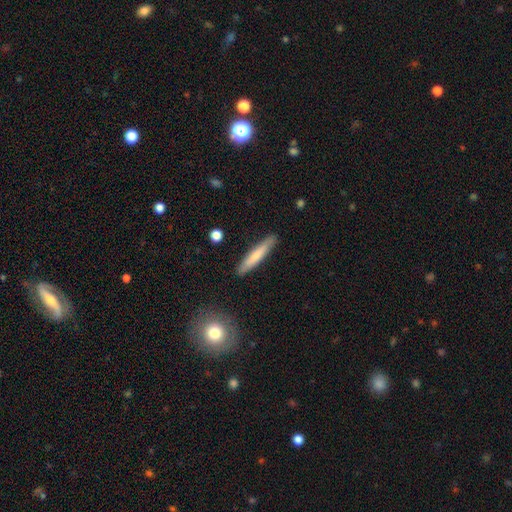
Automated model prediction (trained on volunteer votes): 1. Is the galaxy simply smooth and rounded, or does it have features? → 70% smooth, 25% featured or disk, 6% star or artifact.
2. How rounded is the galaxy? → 92% cigar-shaped, 6% in between, 1% round.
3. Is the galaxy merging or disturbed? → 88% none, 9% minor disturbance, 2% major disturbance, 1% merger.